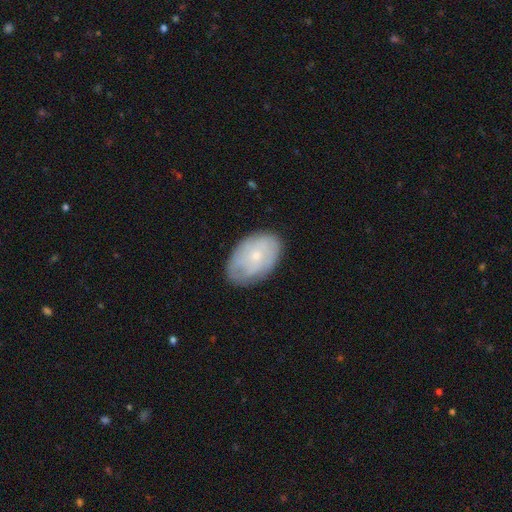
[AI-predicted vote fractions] Smooth or featured: smooth — 49% (featured or disk — 44%)
Merging: none — 77% (minor disturbance — 18%)